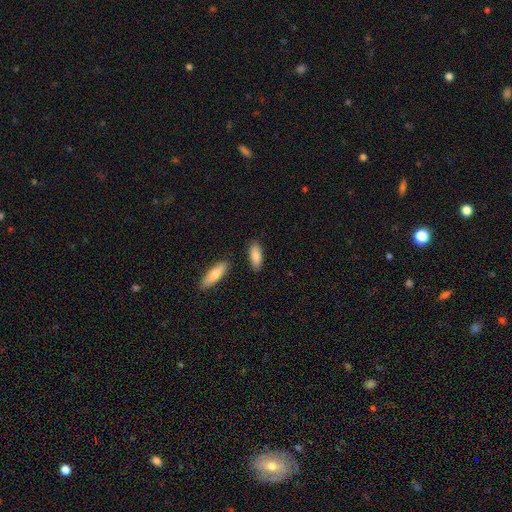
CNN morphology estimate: A smooth galaxy with no disk features (85%) that is in between round and cigar-shaped (78%).

Vote fractions:
- Smooth or featured? smooth: 85% / featured or disk: 9% / star or artifact: 6%
- How rounded? in between: 78% / cigar-shaped: 20% / round: 2%
- Merging? none: 84% / minor disturbance: 10% / merger: 4% / major disturbance: 2%